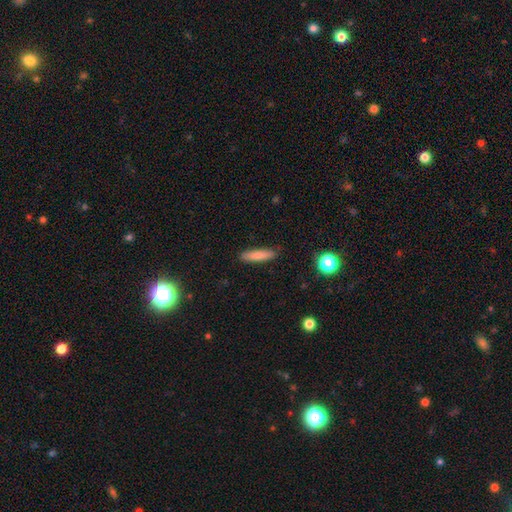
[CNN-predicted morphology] smooth_or_featured: smooth (p=0.79) [alt: featured or disk p=0.13]
how_rounded: cigar-shaped (p=0.83) [alt: in between p=0.16]
merging: none (p=0.88) [alt: minor disturbance p=0.09]